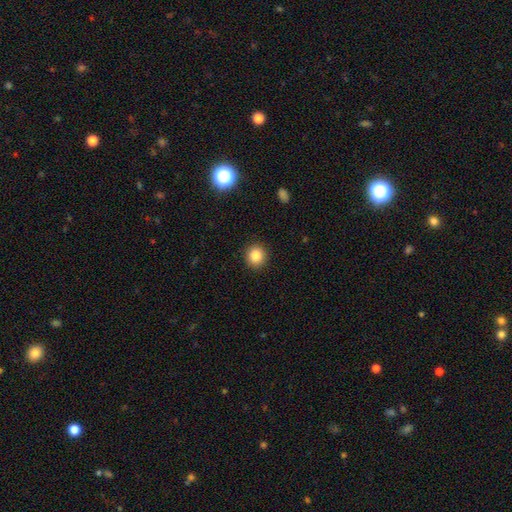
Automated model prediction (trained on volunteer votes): smooth_or_featured: smooth (p=0.85) [alt: star or artifact p=0.10]
how_rounded: round (p=0.91) [alt: in between p=0.08]
merging: none (p=0.91) [alt: minor disturbance p=0.06]